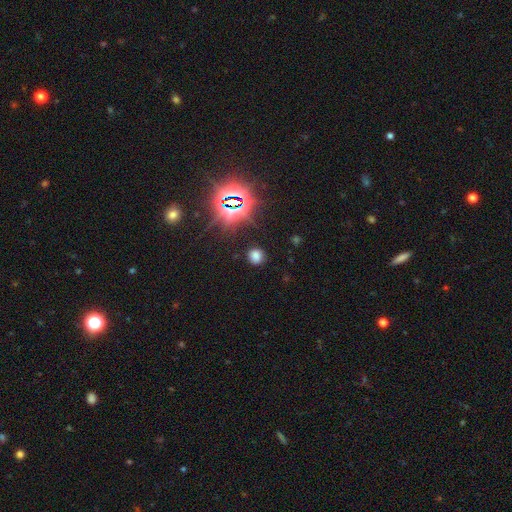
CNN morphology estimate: Smooth or featured?
  - smooth: 65% *
  - star or artifact: 28%
  - featured or disk: 7%
How rounded?
  - round: 80% *
  - in between: 19%
  - cigar-shaped: 2%
Merging?
  - none: 85% *
  - minor disturbance: 9%
  - major disturbance: 4%
  - merger: 2%